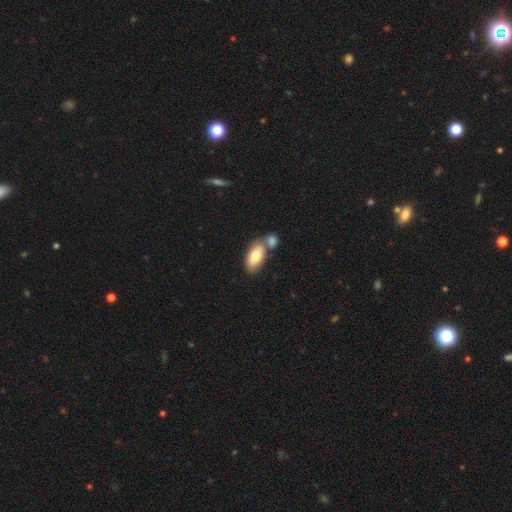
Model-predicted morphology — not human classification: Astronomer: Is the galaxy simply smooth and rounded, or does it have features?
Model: smooth — 75%.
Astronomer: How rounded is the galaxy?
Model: in between — 91%.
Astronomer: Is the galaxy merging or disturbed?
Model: none — 44% (runner-up: merger, 42%).